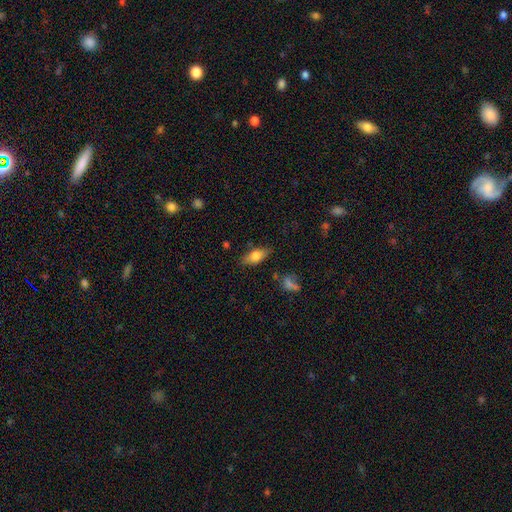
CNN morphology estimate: Smooth or featured? Predicted: smooth (p=0.72). How rounded? Predicted: in between (p=0.82). Merging? Predicted: none (p=0.80).